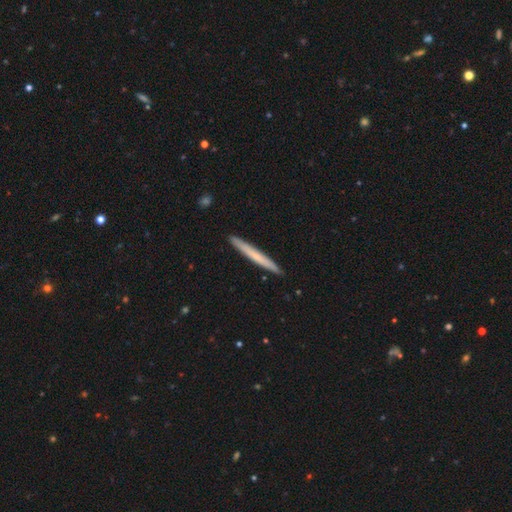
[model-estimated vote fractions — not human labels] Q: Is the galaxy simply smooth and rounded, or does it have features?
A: smooth — 59%.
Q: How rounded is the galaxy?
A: cigar-shaped — 97%.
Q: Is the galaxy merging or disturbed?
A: none — 92%.